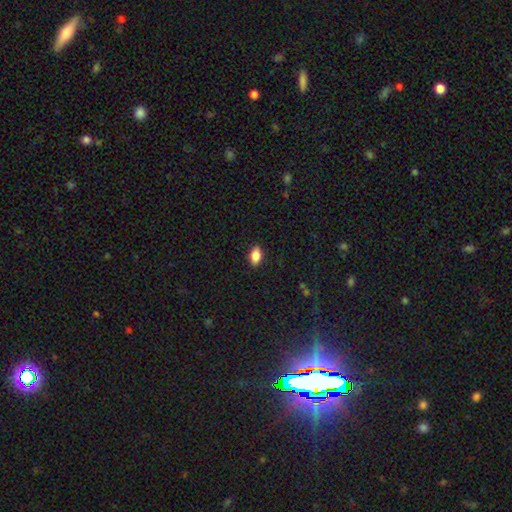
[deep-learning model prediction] smooth-or-featured: smooth: 85% | star or artifact: 8% | featured or disk: 7%
  how-rounded: in between: 89% | round: 8% | cigar-shaped: 3%
  merging: none: 88% | minor disturbance: 9% | major disturbance: 2% | merger: 1%